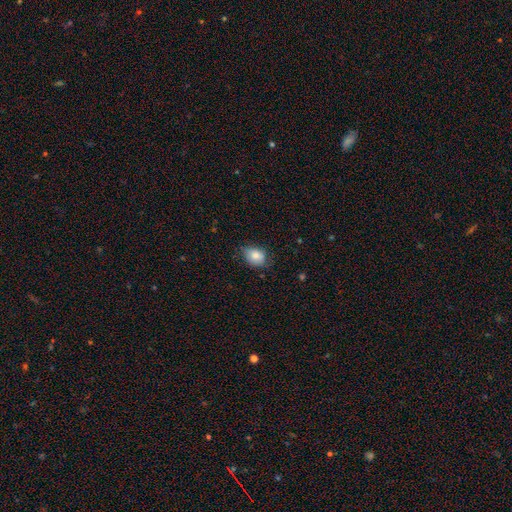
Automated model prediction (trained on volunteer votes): Smooth or featured? smooth (82%)
How rounded? in between (65%)
Merging? none (68%)